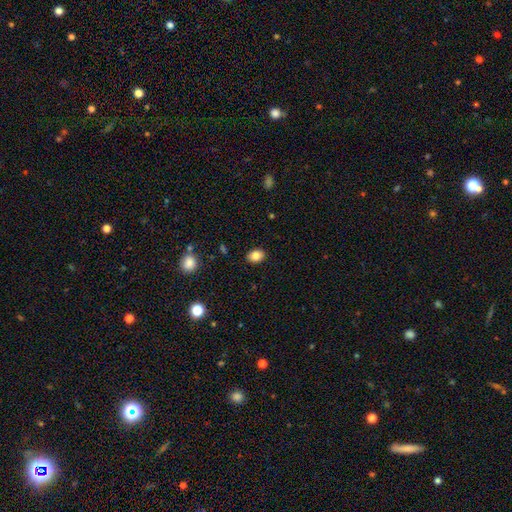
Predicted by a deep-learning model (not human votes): smooth 85%, star or artifact 9%, featured or disk 6%. Down the decision tree: how rounded — in between (72%); merging — none (88%).